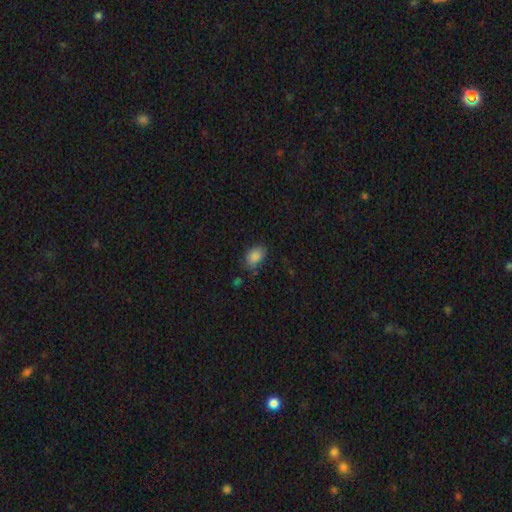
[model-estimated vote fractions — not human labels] Smooth or featured?
  - smooth: 86% *
  - star or artifact: 9%
  - featured or disk: 5%
How rounded?
  - in between: 81% *
  - round: 18%
  - cigar-shaped: 1%
Merging?
  - none: 70% *
  - minor disturbance: 21%
  - major disturbance: 6%
  - merger: 3%